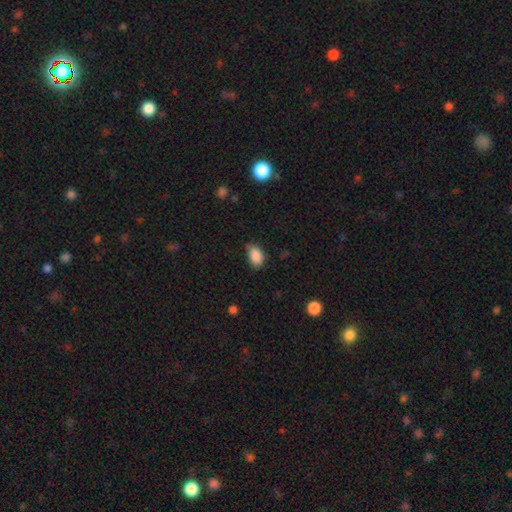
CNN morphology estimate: Q: Smooth or featured?
A: smooth (87%); runner-up: star or artifact (8%)
Q: How rounded?
A: in between (87%); runner-up: round (12%)
Q: Merging?
A: none (58%); runner-up: minor disturbance (34%)